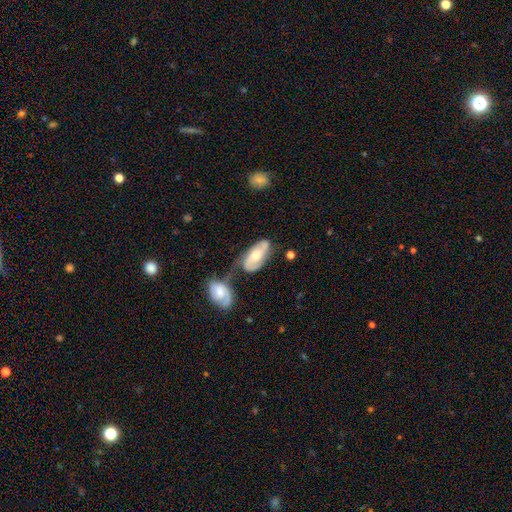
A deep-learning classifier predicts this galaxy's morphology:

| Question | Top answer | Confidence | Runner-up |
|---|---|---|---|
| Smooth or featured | featured or disk | 67% | smooth (27%) |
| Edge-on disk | no | 94% | yes (6%) |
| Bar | no | 63% | weak (30%) |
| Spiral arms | yes | 90% | no (10%) |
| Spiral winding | medium | 45% | tight (35%) |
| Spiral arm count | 2 | 79% | can't tell (12%) |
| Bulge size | moderate | 55% | small (31%) |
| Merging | none | 39% | merger (33%) |